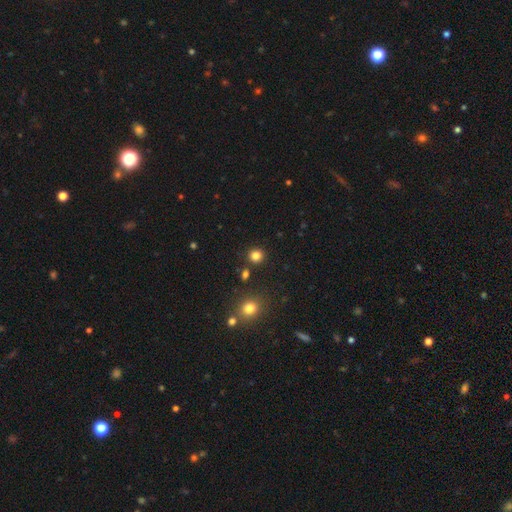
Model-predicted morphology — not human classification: smooth-or-featured: smooth: 83% | star or artifact: 13% | featured or disk: 4%
  how-rounded: round: 91% | in between: 8% | cigar-shaped: 1%
  merging: none: 88% | minor disturbance: 6% | merger: 4% | major disturbance: 2%